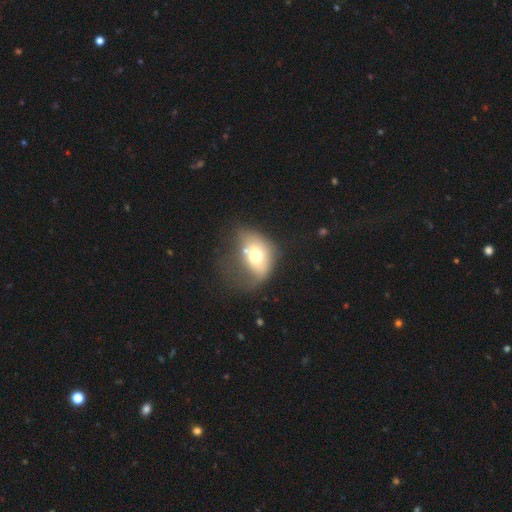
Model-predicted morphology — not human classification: Smooth or featured?
  - smooth: 61% *
  - featured or disk: 29%
  - star or artifact: 10%
How rounded?
  - in between: 65% *
  - round: 33%
  - cigar-shaped: 1%
Merging?
  - major disturbance: 36% *
  - minor disturbance: 27%
  - none: 25%
  - merger: 12%